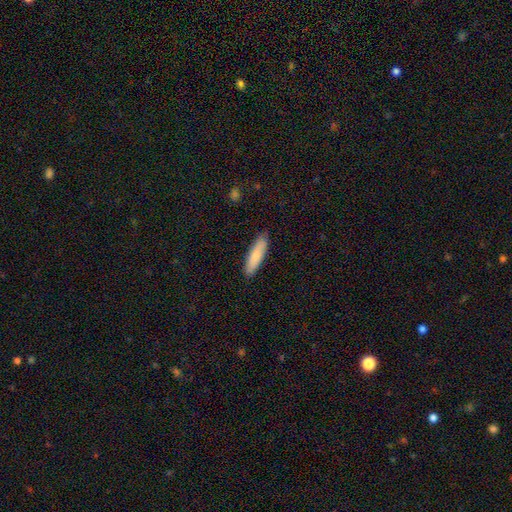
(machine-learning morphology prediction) Overall: smooth (82%). How rounded: cigar-shaped (68%; in between 30%). Merging: none (87%).